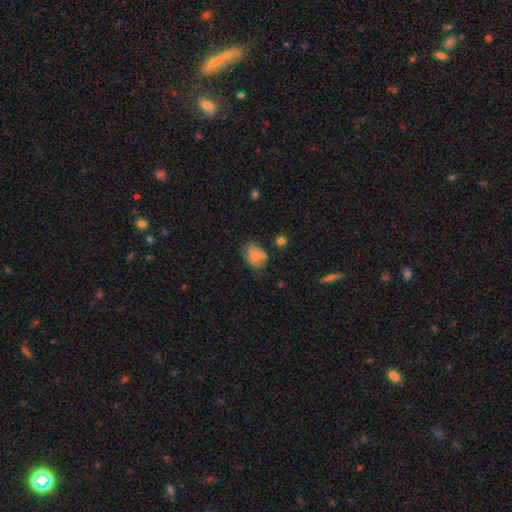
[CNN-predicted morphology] Q: Smooth or featured?
A: smooth (73%); runner-up: featured or disk (18%)
Q: How rounded?
A: in between (74%); runner-up: round (25%)
Q: Merging?
A: none (60%); runner-up: minor disturbance (26%)